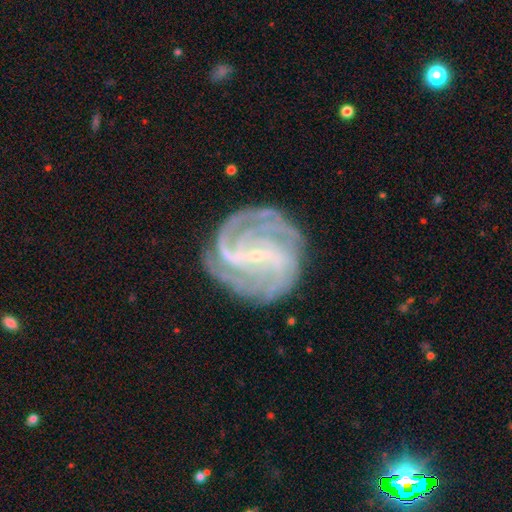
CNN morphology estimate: Smooth or featured?
  - featured or disk: 90% *
  - star or artifact: 5%
  - smooth: 4%
Edge-on disk?
  - no: 97% *
  - yes: 3%
Bar?
  - strong: 49% *
  - weak: 38%
  - no: 13%
Spiral arms?
  - yes: 97% *
  - no: 3%
Spiral winding?
  - tight: 55% *
  - medium: 36%
  - loose: 9%
Spiral arm count?
  - 4: 25% *
  - 3: 23%
  - 2: 18%
  - can't tell: 18%
  - more than 4: 8%
  - 1: 7%
Bulge size?
  - small: 84% *
  - moderate: 10%
  - none: 4%
  - large: 1%
  - dominant: 1%
Merging?
  - none: 78% *
  - minor disturbance: 14%
  - major disturbance: 6%
  - merger: 1%